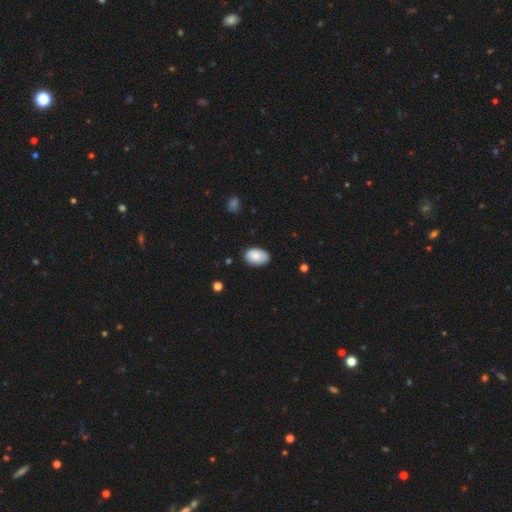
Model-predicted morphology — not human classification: This appears to be a smooth galaxy with no disk features (84%) that is in between round and cigar-shaped (91%). Merging: none (79%).